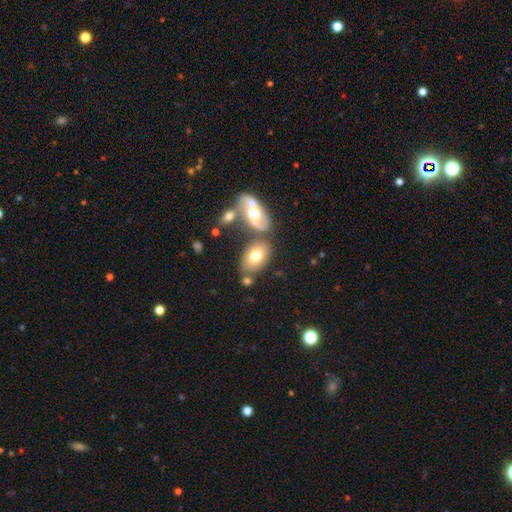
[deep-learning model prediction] smooth 68%, featured or disk 25%, star or artifact 8%. Down the decision tree: how rounded — in between (89%); merging — none (52%).